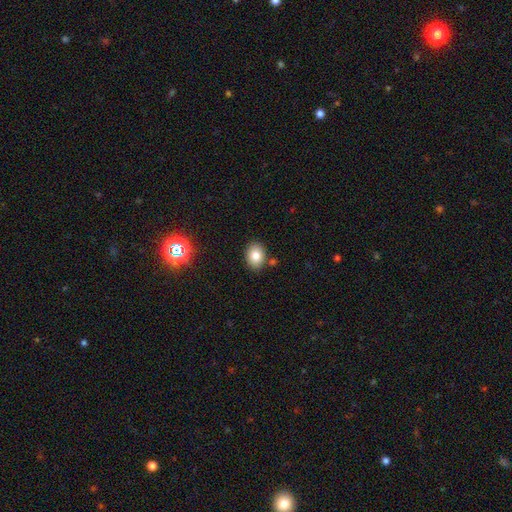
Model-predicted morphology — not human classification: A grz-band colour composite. It shows a smooth galaxy with no disk features (80%) that is in between round and cigar-shaped (65%). Merging: none (82%).